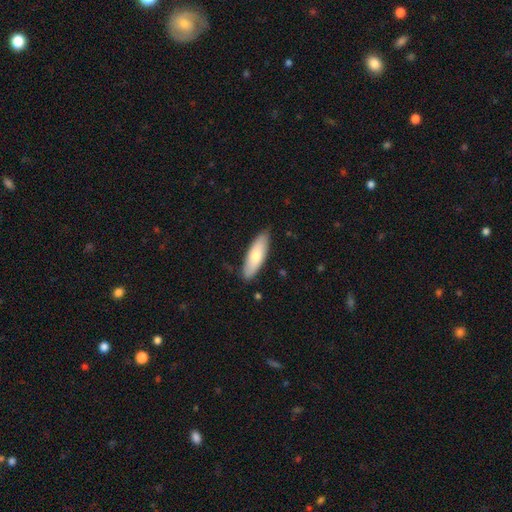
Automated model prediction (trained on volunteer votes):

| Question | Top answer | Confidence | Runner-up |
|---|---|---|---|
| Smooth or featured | smooth | 71% | featured or disk (23%) |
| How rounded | in between | 58% | cigar-shaped (41%) |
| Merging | none | 85% | minor disturbance (12%) |